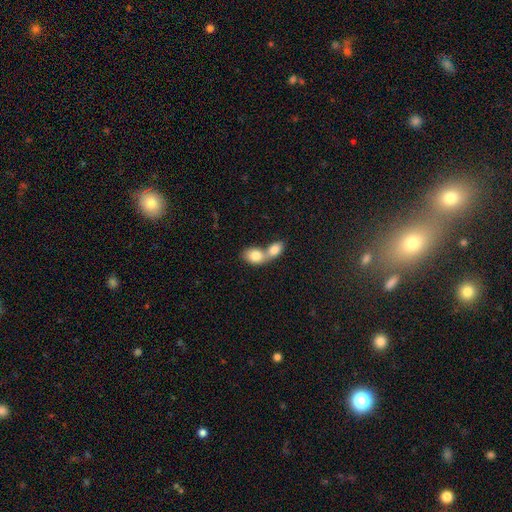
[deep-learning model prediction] Smooth or featured? smooth (80%)
How rounded? in between (68%)
Merging? merger (78%)